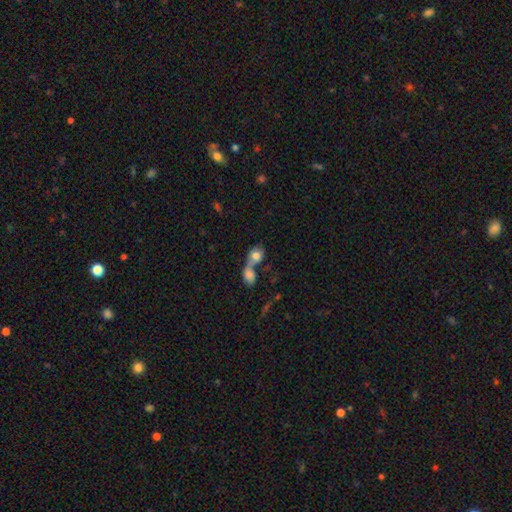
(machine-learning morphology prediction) A smooth galaxy with no disk features (74%) that is round (56%).

Vote fractions:
- Smooth or featured? smooth: 74% / featured or disk: 18% / star or artifact: 8%
- How rounded? round: 56% / in between: 42% / cigar-shaped: 3%
- Merging? merger: 72% / none: 15% / major disturbance: 7% / minor disturbance: 6%